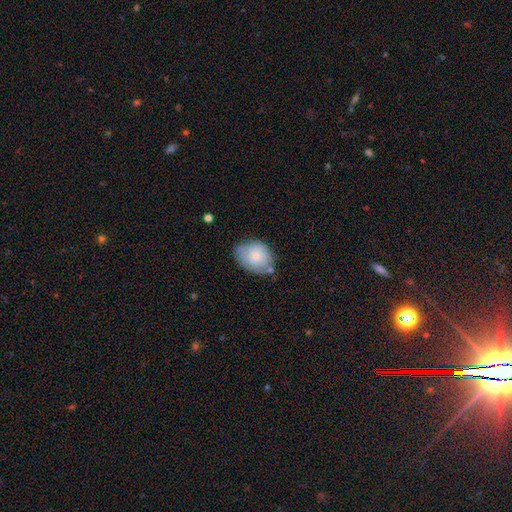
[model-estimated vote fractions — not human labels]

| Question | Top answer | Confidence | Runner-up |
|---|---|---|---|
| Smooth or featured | smooth | 75% | featured or disk (18%) |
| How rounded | in between | 70% | round (29%) |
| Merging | none | 58% | minor disturbance (29%) |